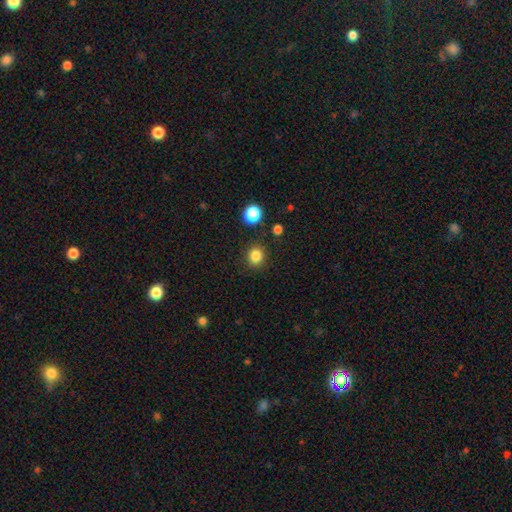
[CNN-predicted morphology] smooth-or-featured: smooth: 84% | star or artifact: 12% | featured or disk: 4%
  how-rounded: round: 79% | in between: 20% | cigar-shaped: 1%
  merging: none: 87% | minor disturbance: 8% | major disturbance: 3% | merger: 2%